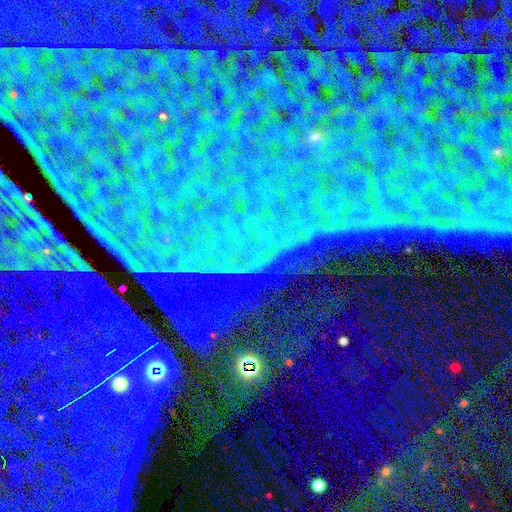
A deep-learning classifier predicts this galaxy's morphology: Smooth or featured? Predicted: star or artifact (p=0.86).